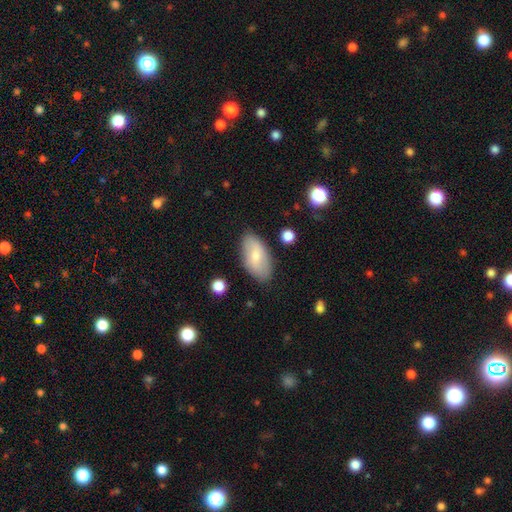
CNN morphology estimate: smooth_or_featured: smooth (p=0.70) [alt: featured or disk p=0.24]
how_rounded: in between (p=0.94) [alt: cigar-shaped p=0.03]
merging: none (p=0.82) [alt: minor disturbance p=0.13]